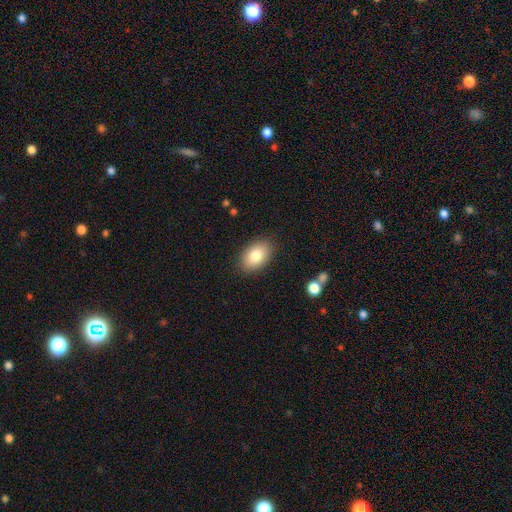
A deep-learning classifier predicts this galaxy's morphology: Q: Smooth or featured?
A: smooth (81%); runner-up: featured or disk (11%)
Q: How rounded?
A: in between (90%); runner-up: round (9%)
Q: Merging?
A: none (87%); runner-up: minor disturbance (9%)